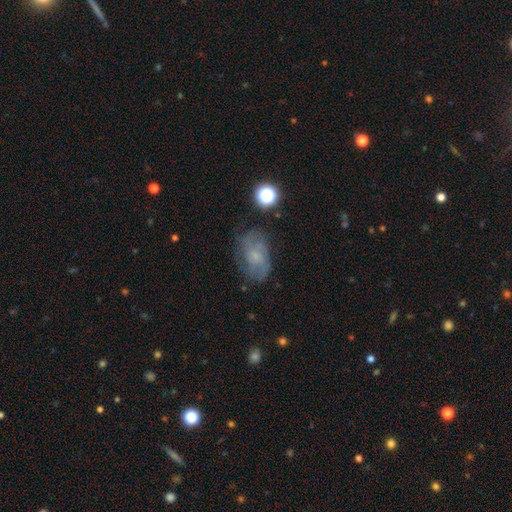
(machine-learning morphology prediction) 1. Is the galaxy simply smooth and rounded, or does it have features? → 52% featured or disk, 35% smooth, 12% star or artifact.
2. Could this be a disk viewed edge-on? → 96% no, 4% yes.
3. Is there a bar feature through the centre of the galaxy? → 73% no, 24% weak, 3% strong.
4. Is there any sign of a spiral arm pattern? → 75% yes, 25% no.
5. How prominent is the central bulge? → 45% small, 25% moderate, 25% none, 3% large, 1% dominant.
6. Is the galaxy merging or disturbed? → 64% none, 22% minor disturbance, 12% major disturbance, 2% merger.